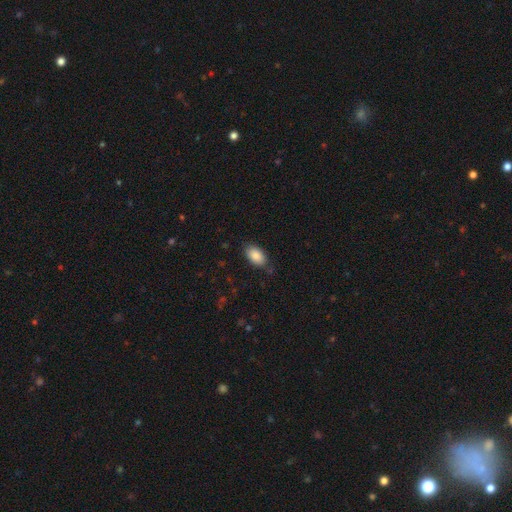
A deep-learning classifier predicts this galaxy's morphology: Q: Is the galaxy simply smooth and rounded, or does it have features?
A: smooth — 88%.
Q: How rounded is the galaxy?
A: in between — 94%.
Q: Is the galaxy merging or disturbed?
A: none — 81%.